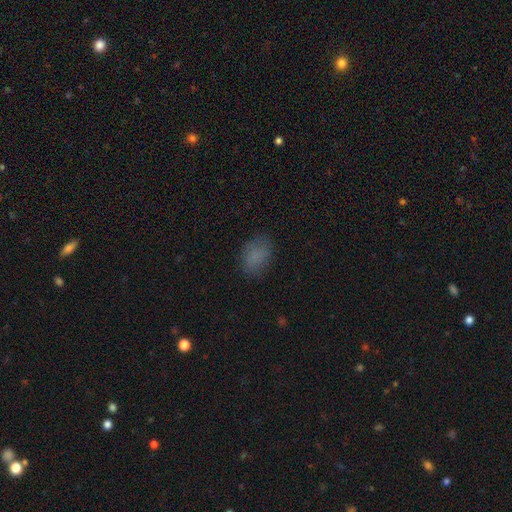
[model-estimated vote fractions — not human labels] The model was most divided on "merging": none: 77%, minor disturbance: 16%, major disturbance: 5%, merger: 1%. More confident: how rounded — in between (83%); smooth or featured — smooth (81%).